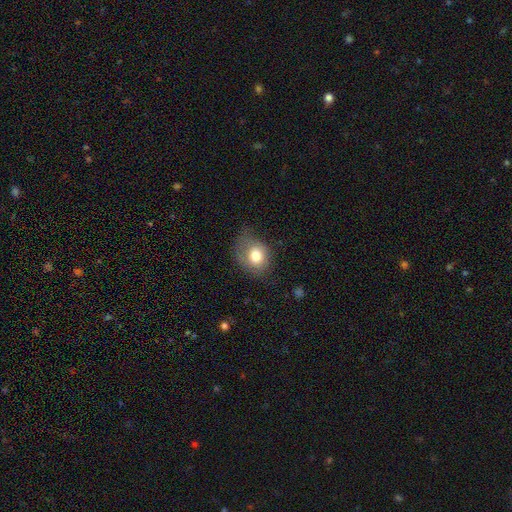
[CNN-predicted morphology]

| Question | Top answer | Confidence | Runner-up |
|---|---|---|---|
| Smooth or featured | smooth | 77% | featured or disk (14%) |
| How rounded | in between | 50% | round (49%) |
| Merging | none | 51% | minor disturbance (32%) |